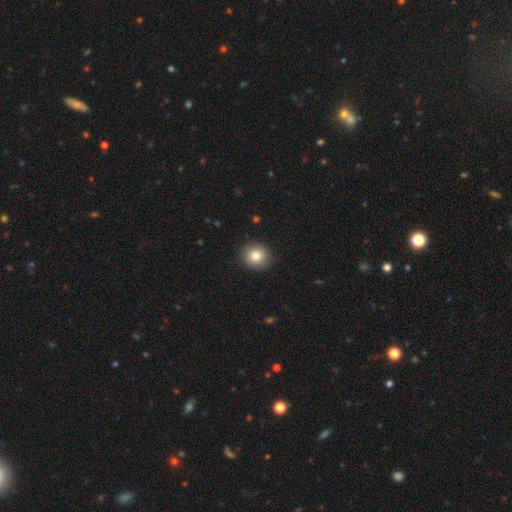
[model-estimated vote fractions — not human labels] Smooth or featured? smooth (83%)
How rounded? round (87%)
Merging? none (89%)